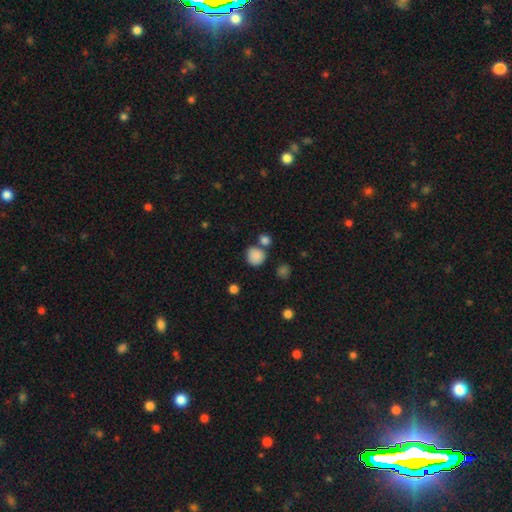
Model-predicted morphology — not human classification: Q: Smooth or featured?
A: smooth (85%); runner-up: star or artifact (10%)
Q: How rounded?
A: round (83%); runner-up: in between (16%)
Q: Merging?
A: none (67%); runner-up: merger (17%)